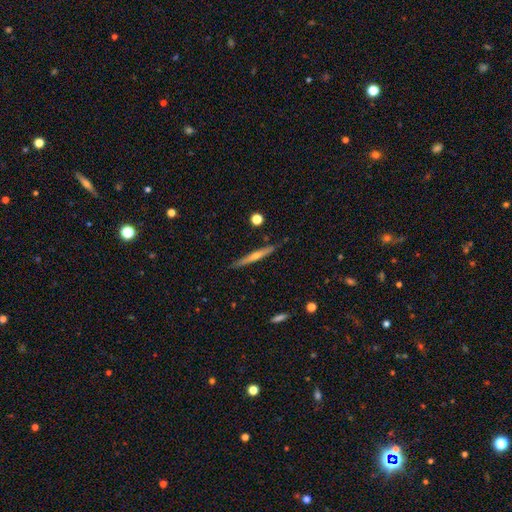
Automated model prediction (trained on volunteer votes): This is likely a featured or disk galaxy (63%). It is clearly viewed edge-on (97%). Edge-on bulge: likely rounded (67%). Merging: clearly none (88%).